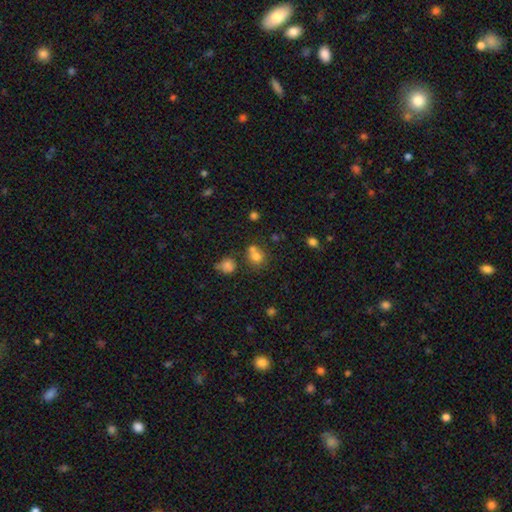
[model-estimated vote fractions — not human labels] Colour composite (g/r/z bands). It shows a smooth galaxy with no disk features (74%) that is round (78%). Merging: none (48%).